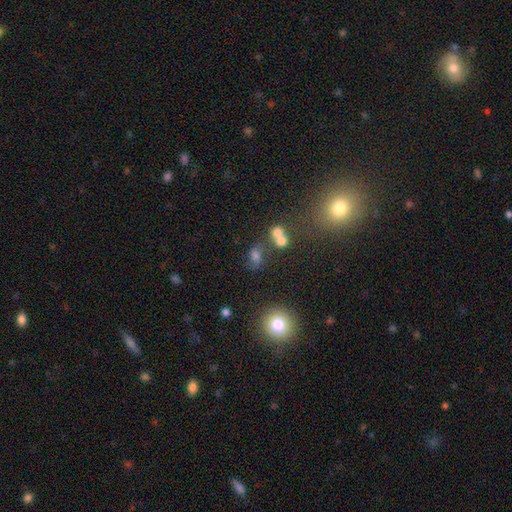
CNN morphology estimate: Smooth or featured?
  - smooth: 64% *
  - star or artifact: 18%
  - featured or disk: 17%
How rounded?
  - in between: 63% *
  - round: 34%
  - cigar-shaped: 3%
Merging?
  - none: 46% *
  - merger: 28%
  - minor disturbance: 16%
  - major disturbance: 10%